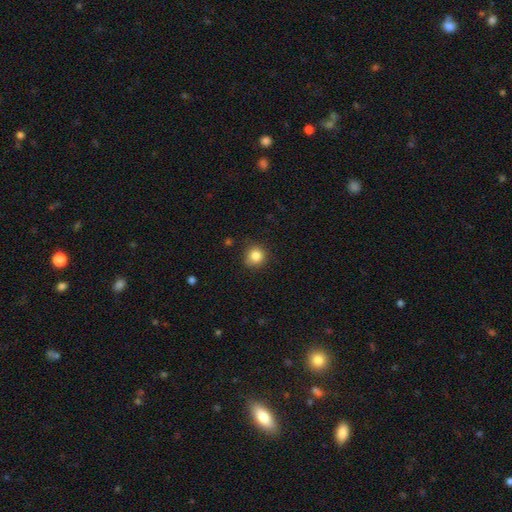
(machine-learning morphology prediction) smooth-or-featured: smooth: 85% | star or artifact: 10% | featured or disk: 5%
  how-rounded: round: 90% | in between: 10% | cigar-shaped: 1%
  merging: none: 84% | minor disturbance: 12% | major disturbance: 3% | merger: 1%